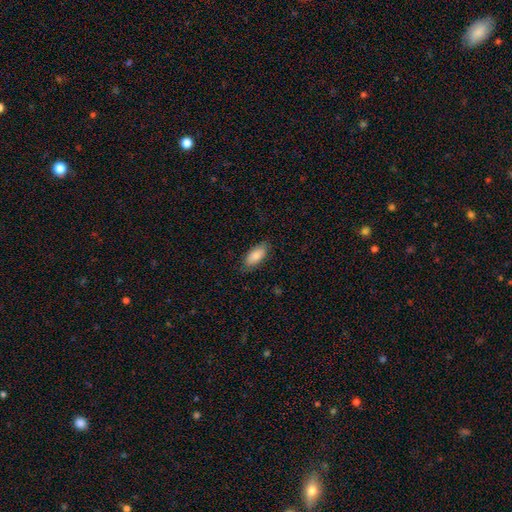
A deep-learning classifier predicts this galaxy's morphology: Smooth or featured? Predicted: smooth (p=0.85). How rounded? Predicted: in between (p=0.89). Merging? Predicted: none (p=0.82).